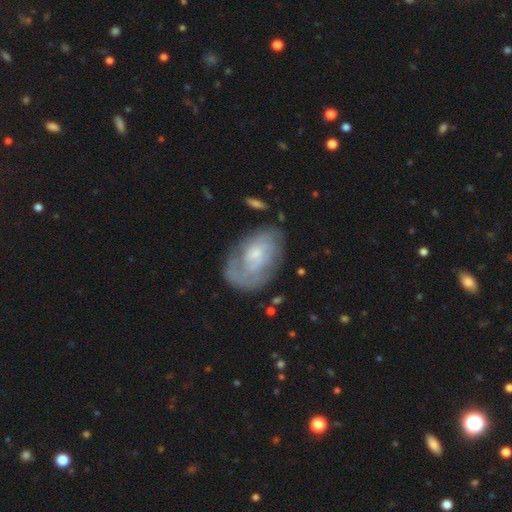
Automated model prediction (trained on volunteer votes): smooth-or-featured: featured or disk: 72% | smooth: 21% | star or artifact: 6%
  disk-edge-on: no: 96% | yes: 4%
    bar: no: 63% | weak: 32% | strong: 5%
    has-spiral-arms: yes: 84% | no: 16%
      spiral-winding: tight: 52% | medium: 33% | loose: 15%
      spiral-arm-count: can't tell: 44% | 2: 29% | 1: 10% | 3: 9% | 4: 4% | more than 4: 3%
    bulge-size: small: 62% | moderate: 25% | none: 9% | large: 3% | dominant: 1%
  merging: none: 65% | minor disturbance: 20% | major disturbance: 11% | merger: 3%